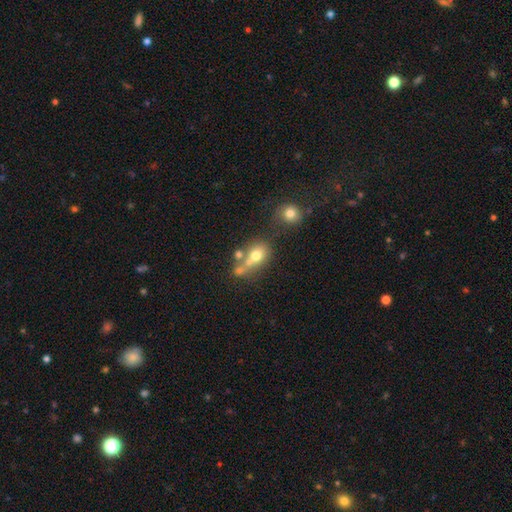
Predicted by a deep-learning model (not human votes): Morphology: type=smooth (66%); roundness=round (54%); merging=merger (44%).